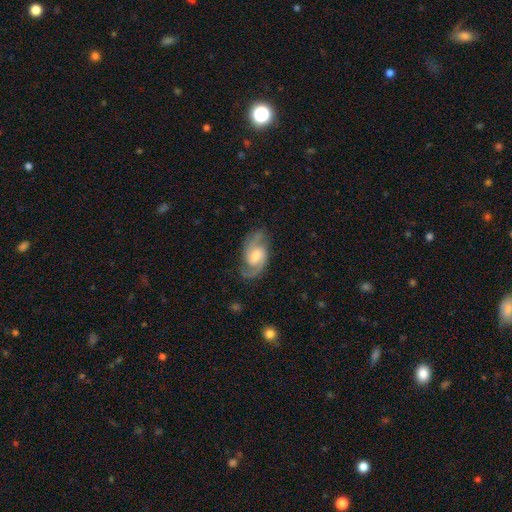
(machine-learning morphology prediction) Smooth or featured?
  - featured or disk: 83% *
  - smooth: 11%
  - star or artifact: 6%
Edge-on disk?
  - no: 97% *
  - yes: 3%
Bar?
  - weak: 51% *
  - no: 38%
  - strong: 11%
Spiral arms?
  - yes: 96% *
  - no: 4%
Spiral winding?
  - medium: 53% *
  - tight: 26%
  - loose: 20%
Spiral arm count?
  - 2: 84% *
  - can't tell: 6%
  - 3: 5%
  - 1: 2%
  - 4: 1%
  - more than 4: 1%
Bulge size?
  - moderate: 51% *
  - small: 30%
  - large: 11%
  - none: 7%
  - dominant: 1%
Merging?
  - none: 76% *
  - minor disturbance: 17%
  - major disturbance: 7%
  - merger: 1%